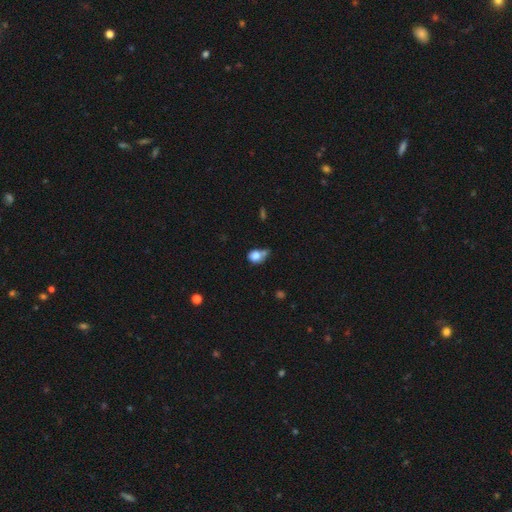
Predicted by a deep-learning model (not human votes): Q: Smooth or featured?
A: smooth (80%); runner-up: star or artifact (11%)
Q: How rounded?
A: round (56%); runner-up: in between (43%)
Q: Merging?
A: none (36%); runner-up: merger (27%)